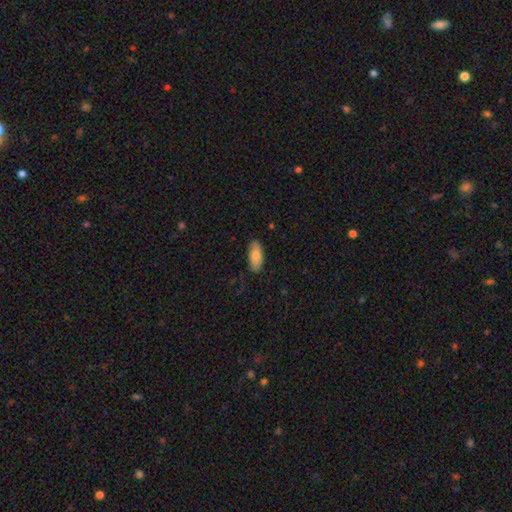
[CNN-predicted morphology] Q: Smooth or featured?
A: smooth (81%); runner-up: featured or disk (13%)
Q: How rounded?
A: in between (84%); runner-up: cigar-shaped (14%)
Q: Merging?
A: none (82%); runner-up: minor disturbance (14%)